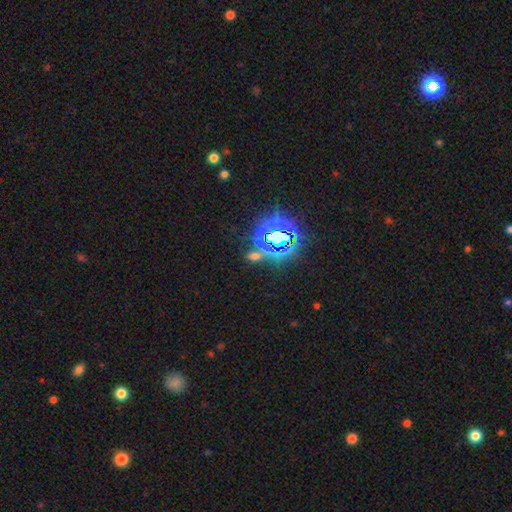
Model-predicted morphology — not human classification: star or artifact 59%, smooth 31%, featured or disk 10%.